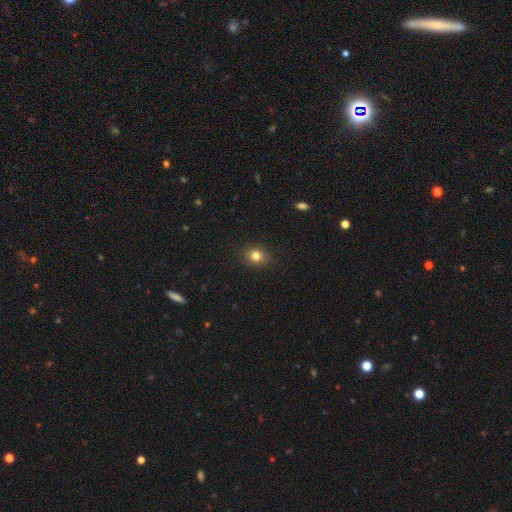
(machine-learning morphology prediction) smooth 80%, star or artifact 12%, featured or disk 7%. Down the decision tree: how rounded — round (64%); merging — none (89%).